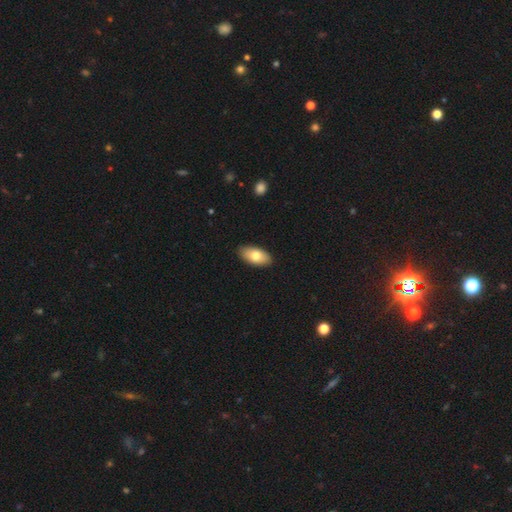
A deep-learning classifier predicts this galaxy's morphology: smooth-or-featured: smooth: 76% | featured or disk: 18% | star or artifact: 6%
  how-rounded: in between: 93% | cigar-shaped: 4% | round: 3%
  merging: none: 89% | minor disturbance: 9% | major disturbance: 2% | merger: 1%